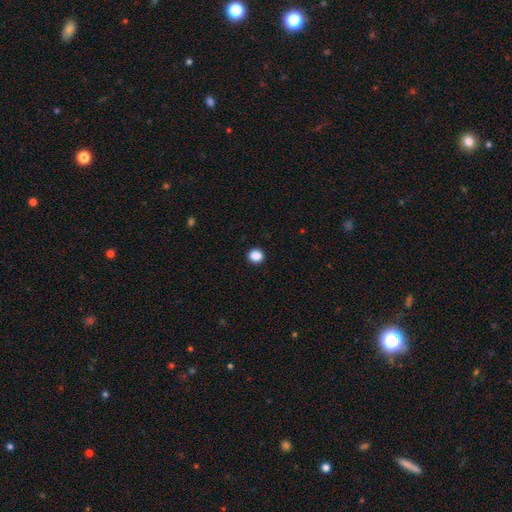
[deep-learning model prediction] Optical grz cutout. It shows a smooth galaxy with no disk features (88%) that is round (83%). Merging: none (93%).